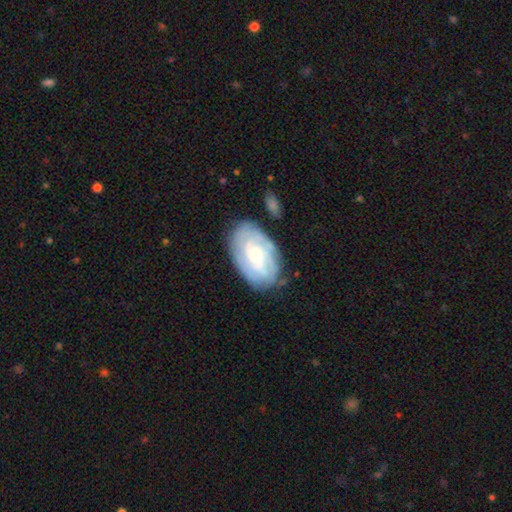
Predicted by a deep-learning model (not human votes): Morphology: type=featured or disk (72%); edge-on=no (96%); bar=no (72%); spiral arms=yes (86%); winding=tight (71%); arm count=can't tell (51%); bulge=small (61%); merging=none (76%).